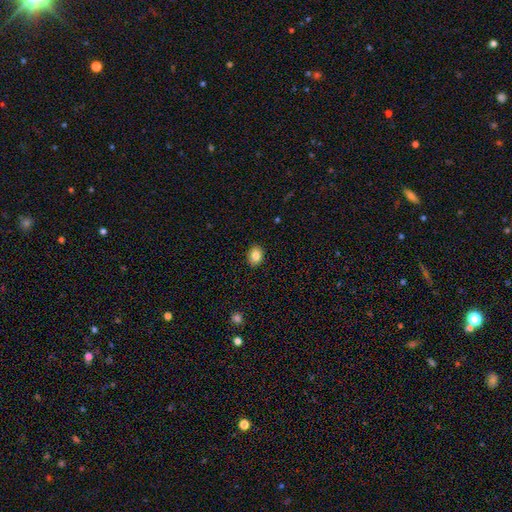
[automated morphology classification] Overall: smooth (84%). How rounded: in between (55%; round 44%). Merging: none (90%).